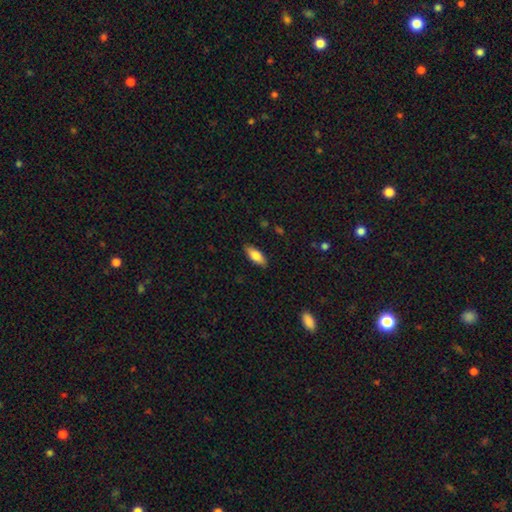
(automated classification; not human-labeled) Overall: smooth (78%). How rounded: in between (75%). Merging: none (87%).